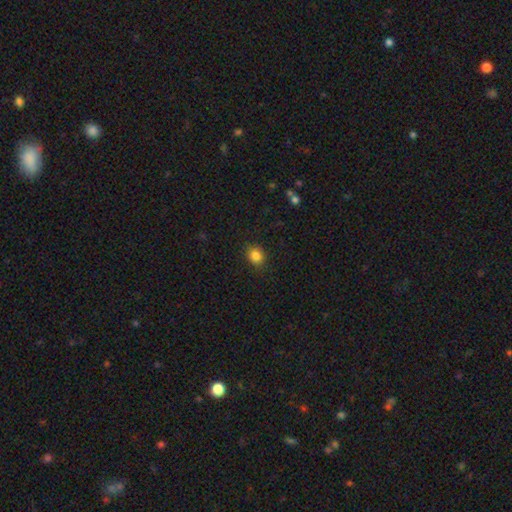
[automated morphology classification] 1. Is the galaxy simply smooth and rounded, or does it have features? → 85% smooth, 11% star or artifact, 4% featured or disk.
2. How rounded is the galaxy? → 67% round, 32% in between, 1% cigar-shaped.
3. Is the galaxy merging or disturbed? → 88% none, 8% minor disturbance, 2% major disturbance, 1% merger.